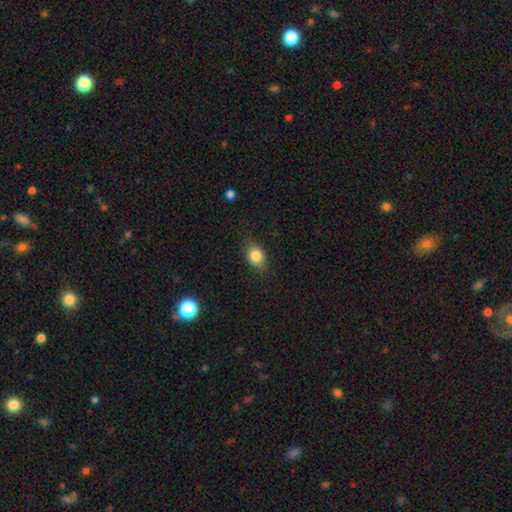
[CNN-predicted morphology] A smooth galaxy with no disk features (83%) that is in between round and cigar-shaped (69%). Merging: none (81%).